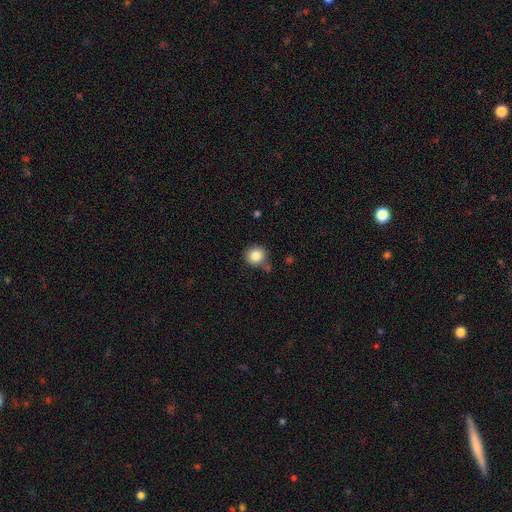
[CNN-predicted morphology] smooth_or_featured: smooth (p=0.84) [alt: star or artifact p=0.10]
how_rounded: round (p=0.90) [alt: in between p=0.09]
merging: none (p=0.78) [alt: minor disturbance p=0.12]